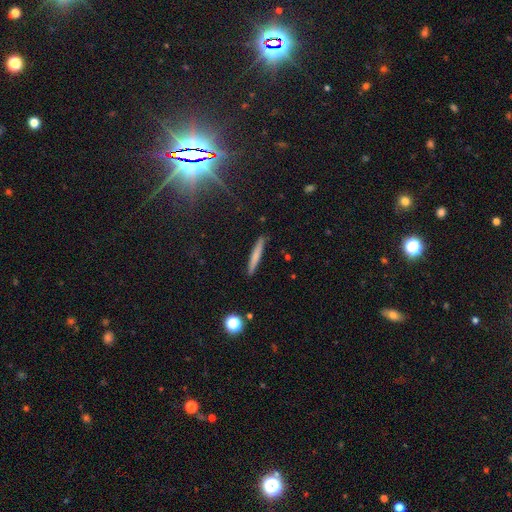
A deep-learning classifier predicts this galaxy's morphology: A smooth galaxy with no disk features (69%) that is cigar-shaped (95%). Merging: none (91%).